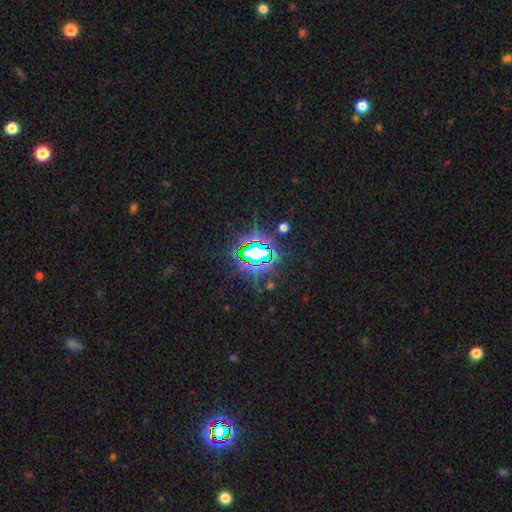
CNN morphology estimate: This appears to be a star or artifact, not a galaxy (82%).